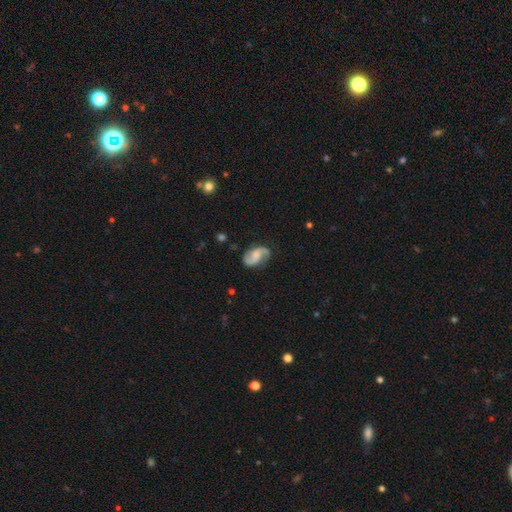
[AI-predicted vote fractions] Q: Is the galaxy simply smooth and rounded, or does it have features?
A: featured or disk — 82%.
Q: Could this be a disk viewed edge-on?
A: no — 98%.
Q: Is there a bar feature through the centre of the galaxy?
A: no — 53%.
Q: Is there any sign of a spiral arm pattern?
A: yes — 97%.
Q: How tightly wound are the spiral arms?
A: medium — 46%.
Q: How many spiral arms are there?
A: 2 — 92%.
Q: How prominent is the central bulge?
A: moderate — 34%.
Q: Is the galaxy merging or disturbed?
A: none — 79%.